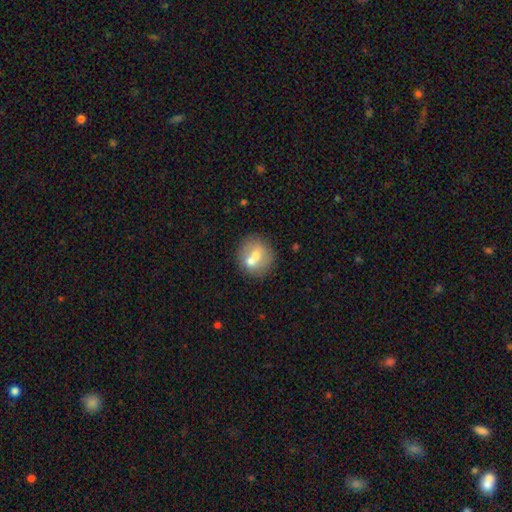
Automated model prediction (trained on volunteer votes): Overall: smooth (62%; featured or disk 30%). How rounded: round (86%). Merging: none (53%; merger 35%).